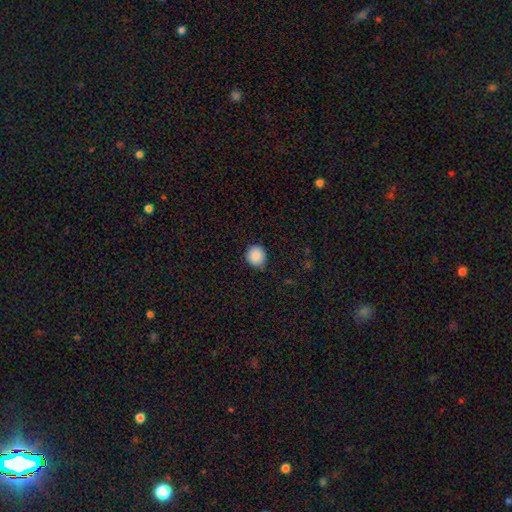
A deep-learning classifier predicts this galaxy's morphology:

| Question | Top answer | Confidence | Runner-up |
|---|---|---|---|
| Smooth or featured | smooth | 89% | star or artifact (9%) |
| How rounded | round | 88% | in between (11%) |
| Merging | none | 81% | minor disturbance (15%) |